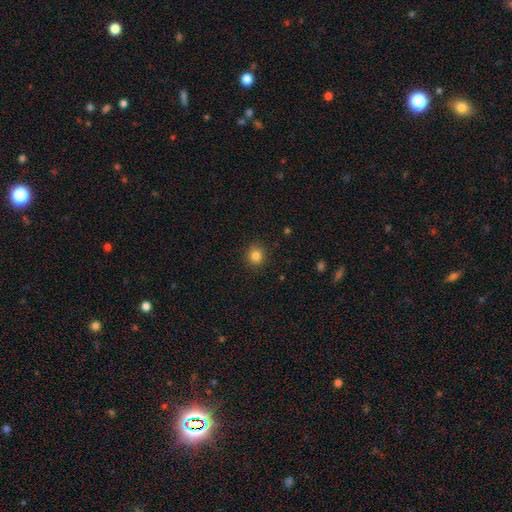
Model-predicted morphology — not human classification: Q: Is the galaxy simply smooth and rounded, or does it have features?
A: smooth — 83%.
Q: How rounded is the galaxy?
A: round — 81%.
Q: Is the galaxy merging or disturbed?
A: none — 89%.